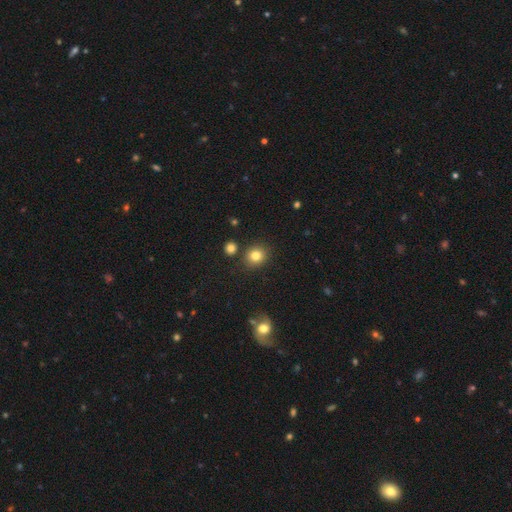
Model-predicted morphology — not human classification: smooth_or_featured: smooth (p=0.81) [alt: star or artifact p=0.12]
how_rounded: round (p=0.80) [alt: in between p=0.19]
merging: none (p=0.84) [alt: minor disturbance p=0.08]